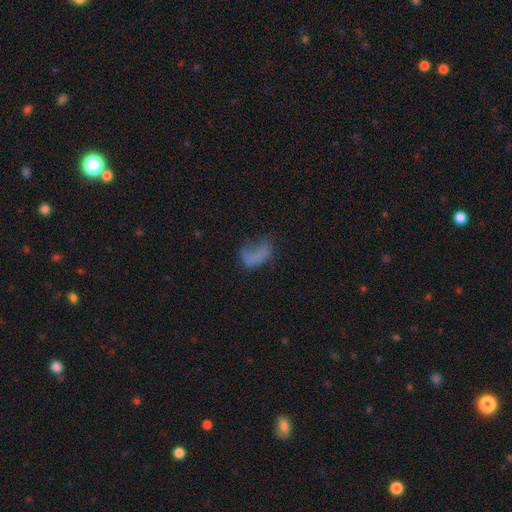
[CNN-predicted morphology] Smooth or featured? Predicted: smooth (p=0.60). How rounded? Predicted: in between (p=0.84). Merging? Predicted: major disturbance (p=0.41).